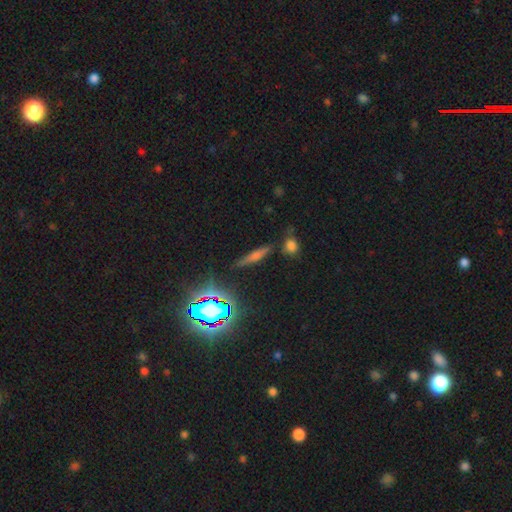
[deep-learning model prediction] Morphology: type=featured or disk (35%); merging=none (77%).